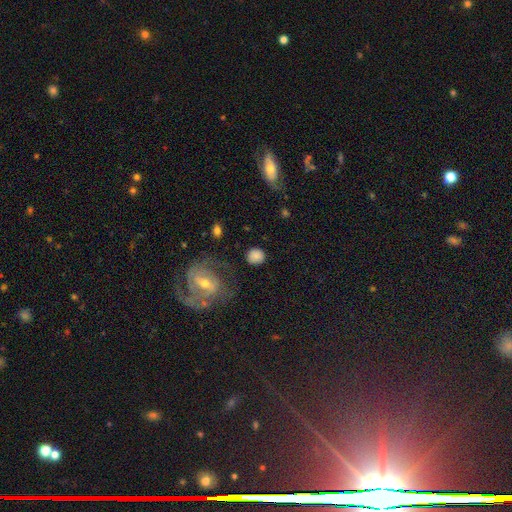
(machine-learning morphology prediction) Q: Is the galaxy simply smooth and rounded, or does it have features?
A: smooth — 77%.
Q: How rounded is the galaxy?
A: round — 86%.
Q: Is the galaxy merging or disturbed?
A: none — 80%.